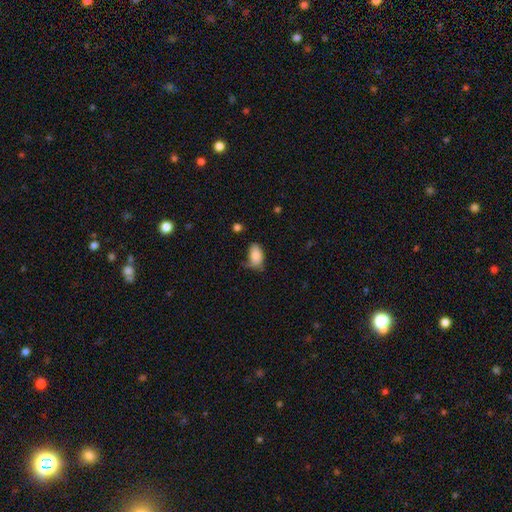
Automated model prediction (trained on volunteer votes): Smooth or featured? smooth (83%)
How rounded? in between (92%)
Merging? none (41%)